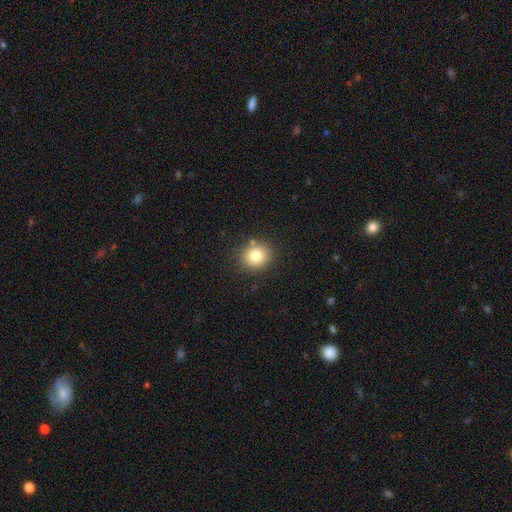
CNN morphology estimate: Smooth or featured?
  - smooth: 80% *
  - star or artifact: 11%
  - featured or disk: 9%
How rounded?
  - round: 79% *
  - in between: 20%
  - cigar-shaped: 1%
Merging?
  - none: 84% *
  - minor disturbance: 9%
  - merger: 4%
  - major disturbance: 3%